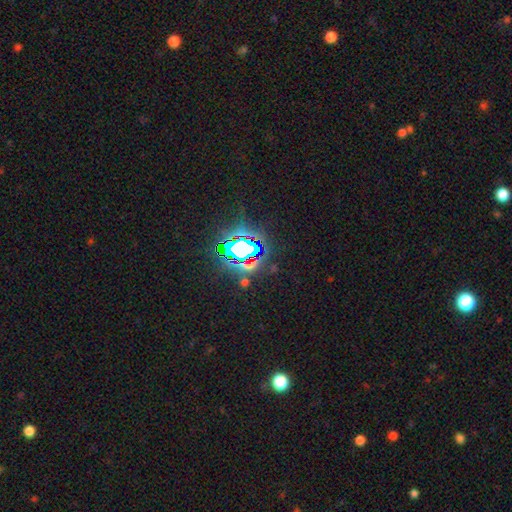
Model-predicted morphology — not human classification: smooth_or_featured: star or artifact (p=0.82) [alt: smooth p=0.11]